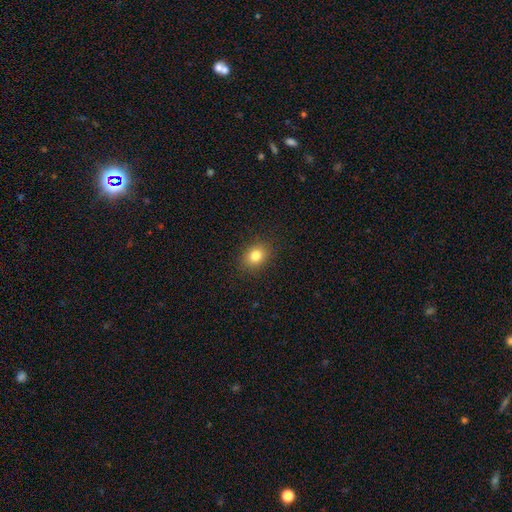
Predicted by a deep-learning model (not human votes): Smooth or featured? smooth (81%)
How rounded? in between (52%)
Merging? none (89%)